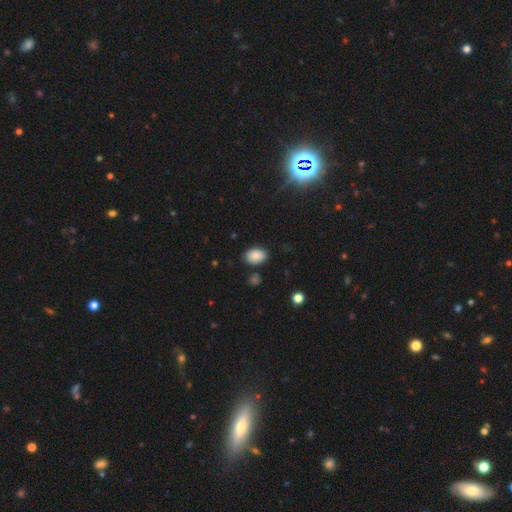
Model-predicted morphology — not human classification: A smooth galaxy with no disk features (86%) that is in between round and cigar-shaped (87%). Merging: none (84%).